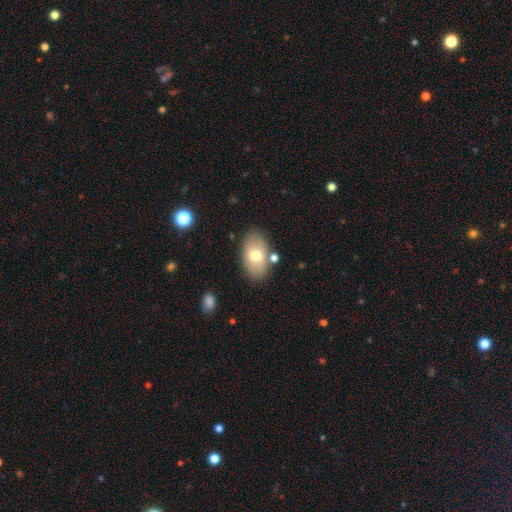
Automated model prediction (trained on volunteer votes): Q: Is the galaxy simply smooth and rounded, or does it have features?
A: smooth — 70%.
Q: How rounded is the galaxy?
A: in between — 91%.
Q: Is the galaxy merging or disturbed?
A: none — 78%.